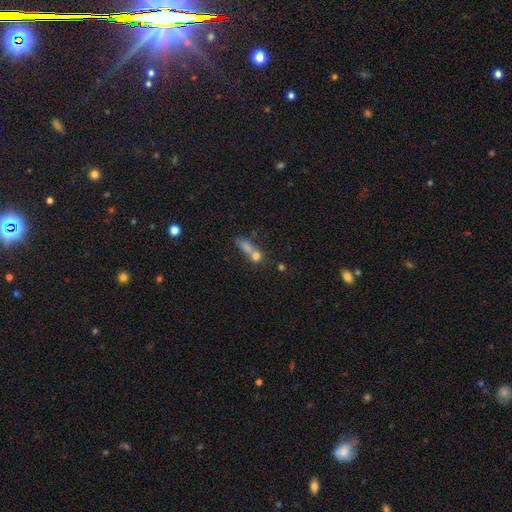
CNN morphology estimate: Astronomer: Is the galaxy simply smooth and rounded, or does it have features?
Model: smooth — 68%.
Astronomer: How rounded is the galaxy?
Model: round — 47% (runner-up: in between, 35%).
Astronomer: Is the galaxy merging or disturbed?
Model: merger — 58%.